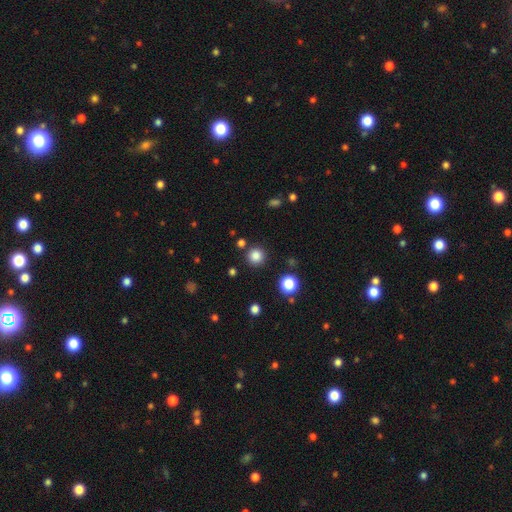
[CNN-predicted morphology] Overall: smooth (83%). How rounded: round (95%). Merging: none (89%).